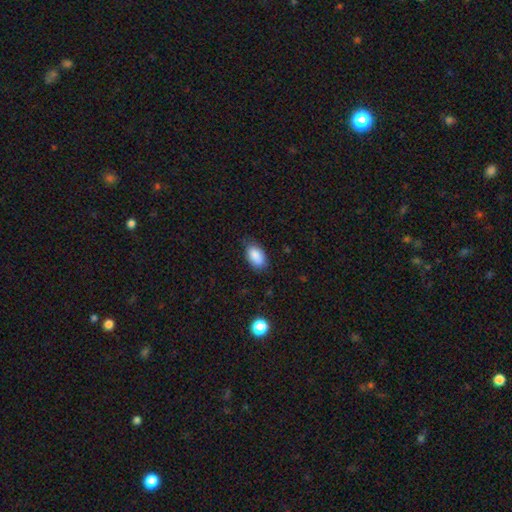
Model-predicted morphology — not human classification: smooth 87%, star or artifact 7%, featured or disk 5%. Down the decision tree: how rounded — in between (92%); merging — none (75%).